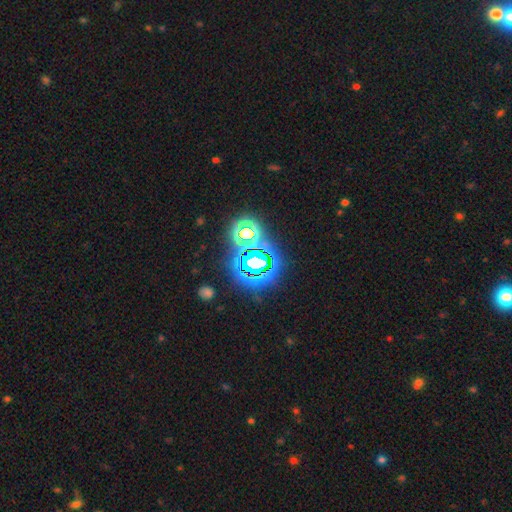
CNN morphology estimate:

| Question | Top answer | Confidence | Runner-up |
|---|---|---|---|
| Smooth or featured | star or artifact | 77% | smooth (16%) |